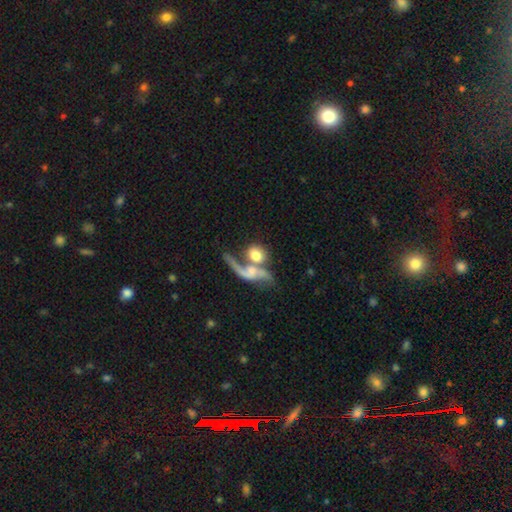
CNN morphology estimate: Smooth or featured: smooth — 49% (featured or disk — 43%)
Merging: merger — 58% (none — 21%)